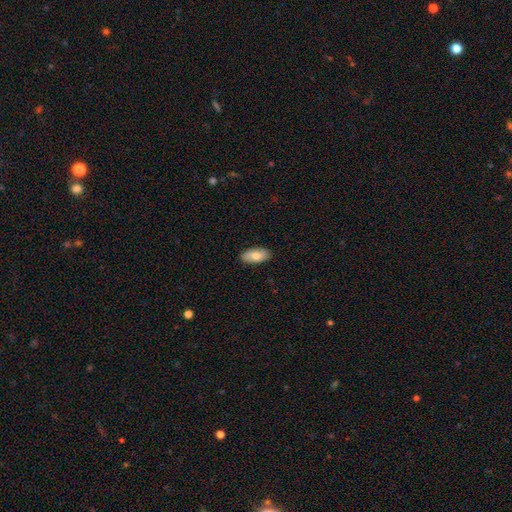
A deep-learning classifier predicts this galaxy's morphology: smooth_or_featured: smooth (p=0.79) [alt: featured or disk p=0.15]
how_rounded: in between (p=0.91) [alt: cigar-shaped p=0.07]
merging: none (p=0.89) [alt: minor disturbance p=0.09]